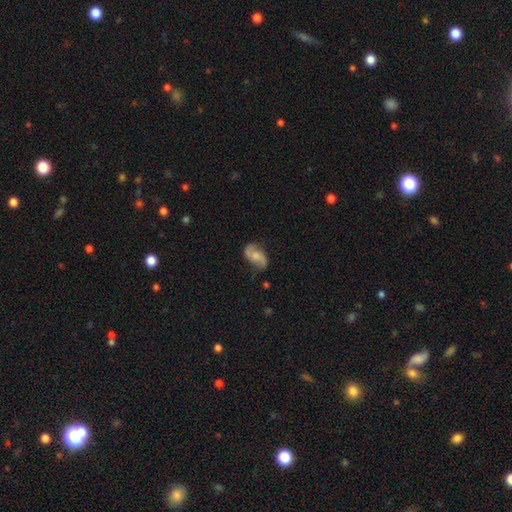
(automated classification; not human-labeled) Q: Smooth or featured?
A: featured or disk (72%); runner-up: smooth (22%)
Q: Edge-on disk?
A: no (97%); runner-up: yes (3%)
Q: Bar?
A: no (61%); runner-up: weak (33%)
Q: Spiral arms?
A: yes (94%); runner-up: no (6%)
Q: Spiral winding?
A: loose (55%); runner-up: medium (35%)
Q: Spiral arm count?
A: 2 (91%); runner-up: can't tell (4%)
Q: Bulge size?
A: moderate (48%); runner-up: small (32%)
Q: Merging?
A: none (70%); runner-up: minor disturbance (21%)